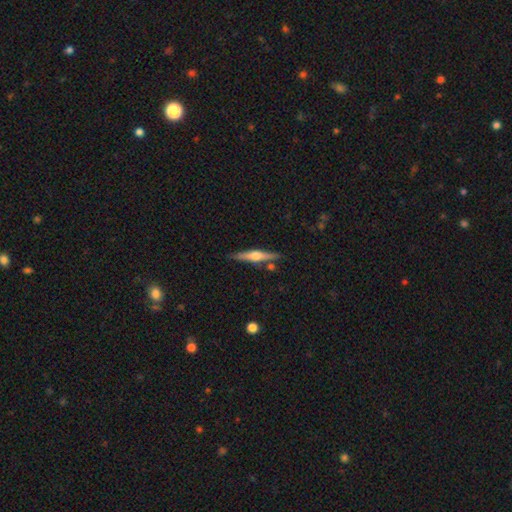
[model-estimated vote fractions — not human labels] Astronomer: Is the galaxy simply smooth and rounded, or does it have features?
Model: featured or disk — 68%.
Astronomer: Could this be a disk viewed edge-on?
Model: yes — 97%.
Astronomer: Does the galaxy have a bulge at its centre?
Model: rounded — 91%.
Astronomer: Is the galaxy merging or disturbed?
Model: none — 84%.